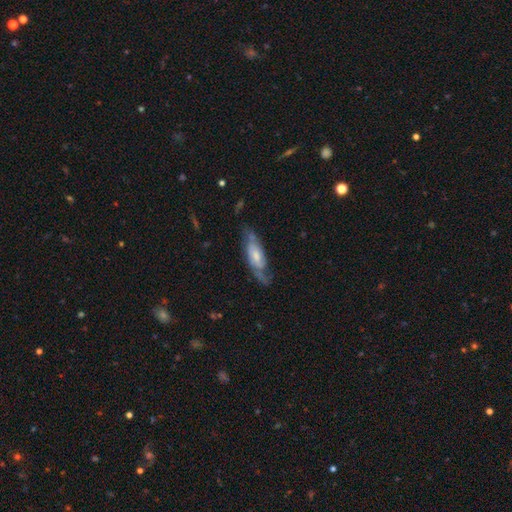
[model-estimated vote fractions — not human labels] This is likely a featured or disk galaxy (72%). It is clearly not viewed edge-on (84%). Bar: possibly no (53%). Spiral arm pattern: clearly yes (88%). Spiral arm count: likely 2 (70%). Spiral winding: possibly medium (46%). Central bulge: possibly moderate (46%). Merging: likely none (61%).